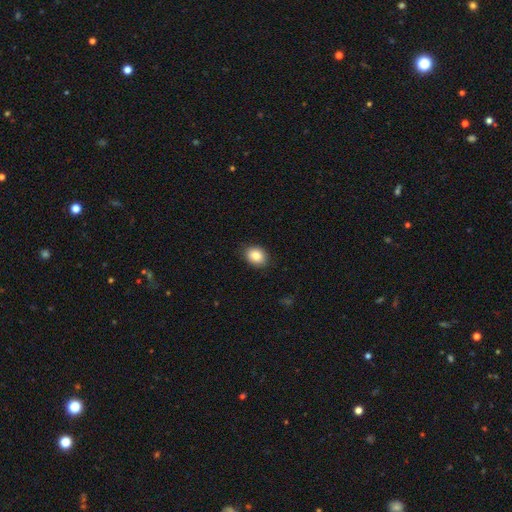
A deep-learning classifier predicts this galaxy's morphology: A smooth galaxy with no disk features (84%) that is in between round and cigar-shaped (57%). Merging: none (88%).